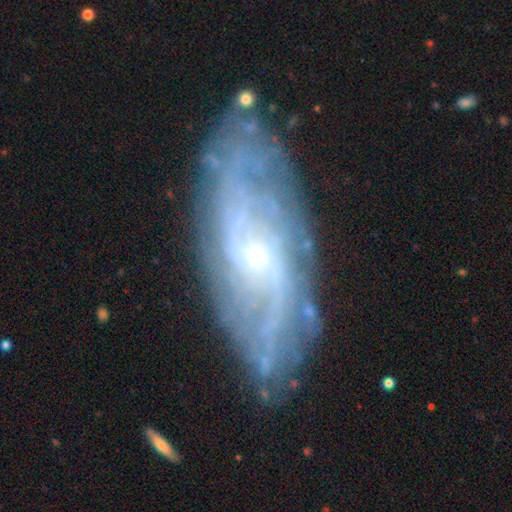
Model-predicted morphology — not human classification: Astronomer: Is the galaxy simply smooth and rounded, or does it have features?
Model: featured or disk — 82%.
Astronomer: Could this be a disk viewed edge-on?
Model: no — 88%.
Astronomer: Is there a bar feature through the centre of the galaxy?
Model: no — 63%.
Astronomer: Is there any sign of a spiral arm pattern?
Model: yes — 92%.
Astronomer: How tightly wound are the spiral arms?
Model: tight — 48% (runner-up: medium, 35%).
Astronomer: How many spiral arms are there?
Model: can't tell — 46% (runner-up: 2, 24%).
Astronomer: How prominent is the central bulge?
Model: small — 73%.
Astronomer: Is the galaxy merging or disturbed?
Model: none — 81%.